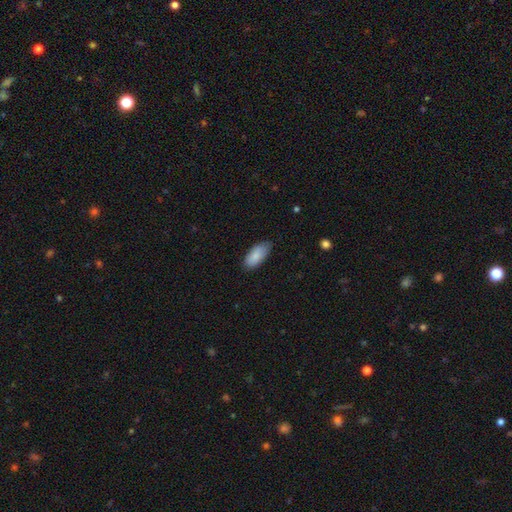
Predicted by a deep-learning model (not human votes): Smooth or featured? smooth (86%)
How rounded? in between (90%)
Merging? none (74%)